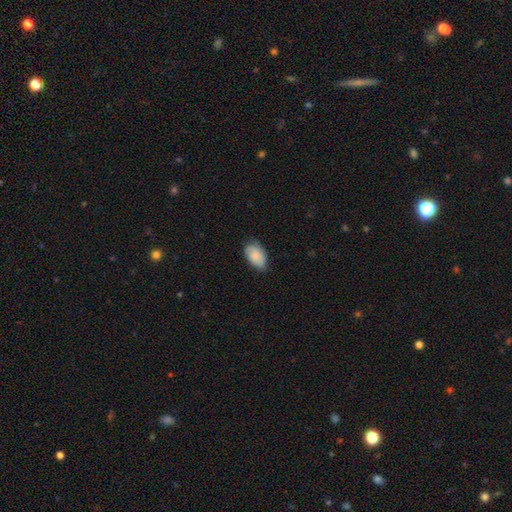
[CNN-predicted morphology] smooth 81%, featured or disk 13%, star or artifact 6%. Down the decision tree: how rounded — in between (92%); merging — none (68%).